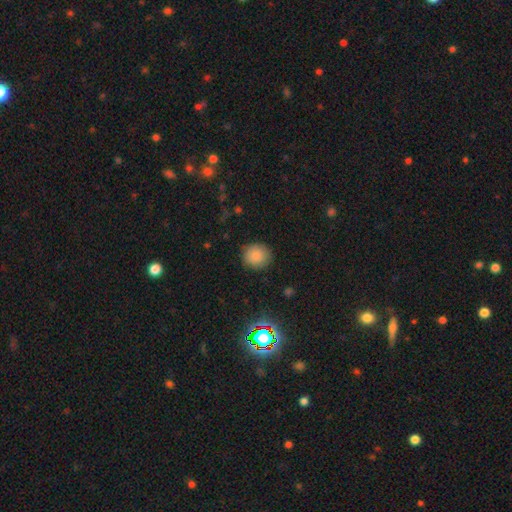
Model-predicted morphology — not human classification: smooth_or_featured: smooth (p=0.84) [alt: star or artifact p=0.11]
how_rounded: round (p=0.89) [alt: in between p=0.10]
merging: none (p=0.88) [alt: minor disturbance p=0.09]